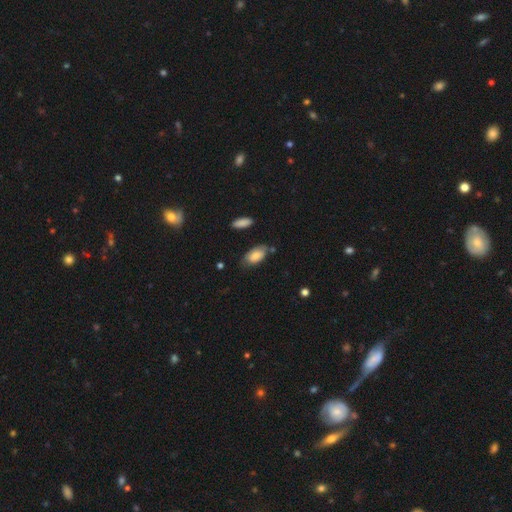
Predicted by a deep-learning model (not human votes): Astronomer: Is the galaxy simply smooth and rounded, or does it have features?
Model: smooth — 79%.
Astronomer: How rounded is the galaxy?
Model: in between — 92%.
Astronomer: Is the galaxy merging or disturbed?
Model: none — 64%.